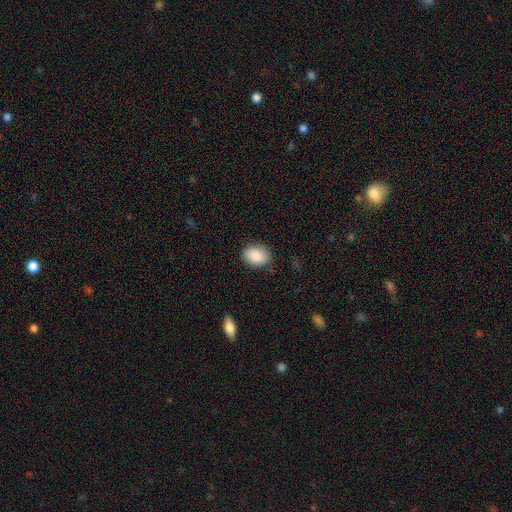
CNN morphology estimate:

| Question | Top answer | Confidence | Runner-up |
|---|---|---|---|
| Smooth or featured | smooth | 88% | star or artifact (7%) |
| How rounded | in between | 66% | round (33%) |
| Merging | none | 80% | minor disturbance (16%) |